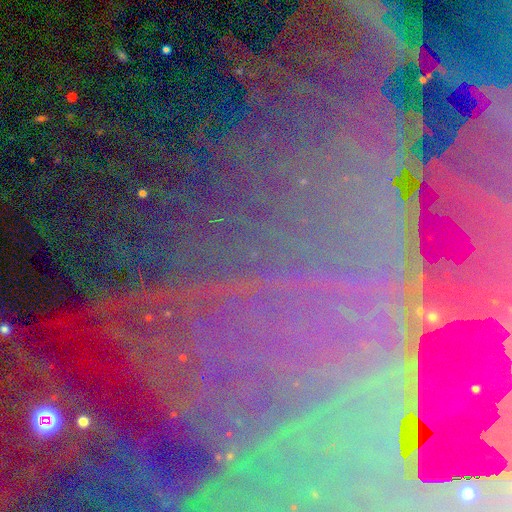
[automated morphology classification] Q: Smooth or featured?
A: star or artifact (80%); runner-up: featured or disk (12%)